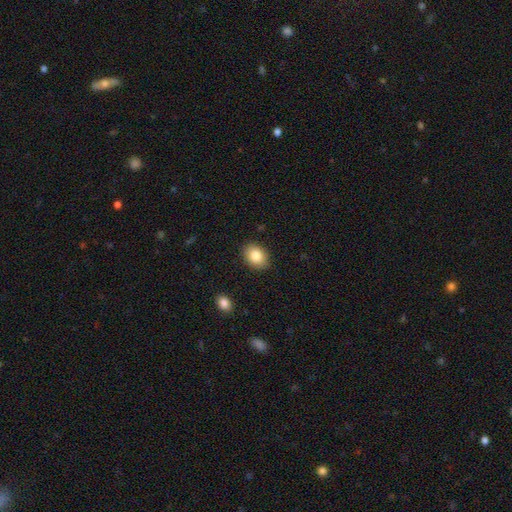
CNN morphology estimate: smooth-or-featured: smooth: 84% | featured or disk: 8% | star or artifact: 8%
  how-rounded: in between: 74% | round: 25% | cigar-shaped: 1%
  merging: none: 87% | minor disturbance: 9% | major disturbance: 2% | merger: 1%